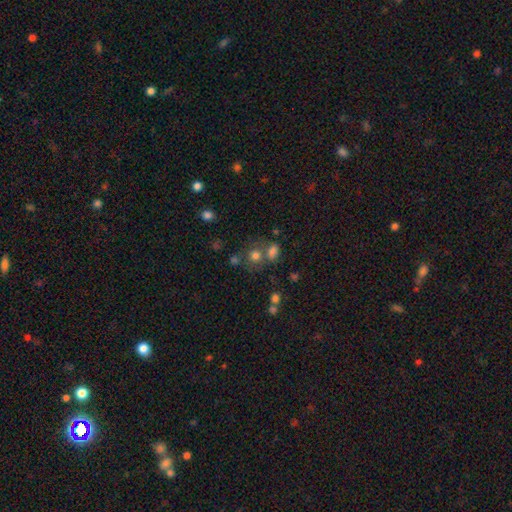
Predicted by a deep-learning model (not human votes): Morphology: type=smooth (73%); roundness=round (79%); merging=none (54%).